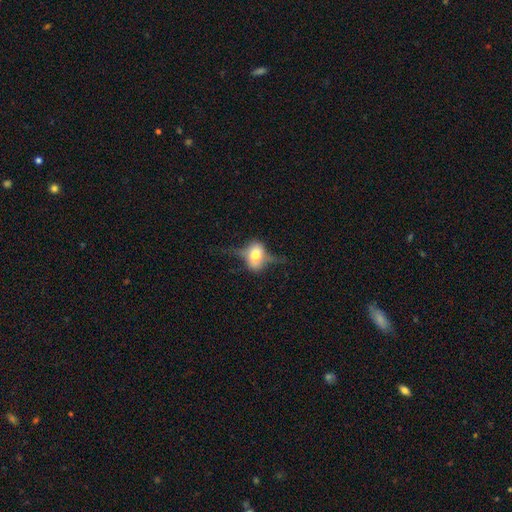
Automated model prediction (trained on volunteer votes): Smooth or featured?
  - featured or disk: 59% *
  - smooth: 32%
  - star or artifact: 9%
Edge-on disk?
  - yes: 73% *
  - no: 27%
Merging?
  - none: 53% *
  - minor disturbance: 23%
  - major disturbance: 21%
  - merger: 3%